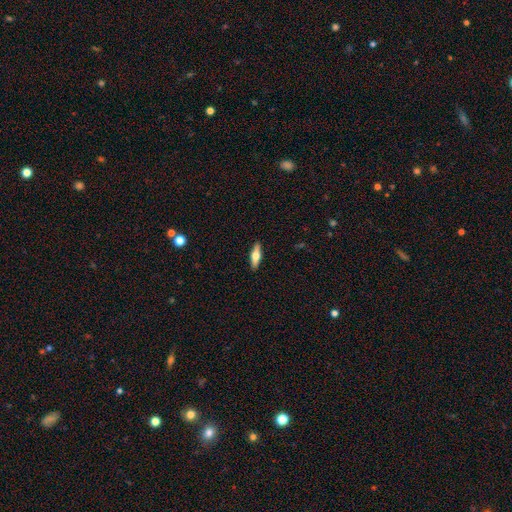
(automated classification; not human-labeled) This appears to be a smooth galaxy with no disk features (50%) that is cigar-shaped (57%). Merging: none (90%).